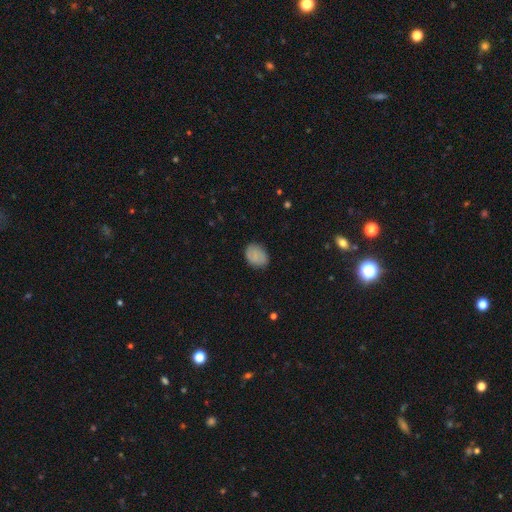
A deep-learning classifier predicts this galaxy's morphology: smooth 80%, featured or disk 11%, star or artifact 9%. Down the decision tree: how rounded — in between (68%); merging — none (81%).